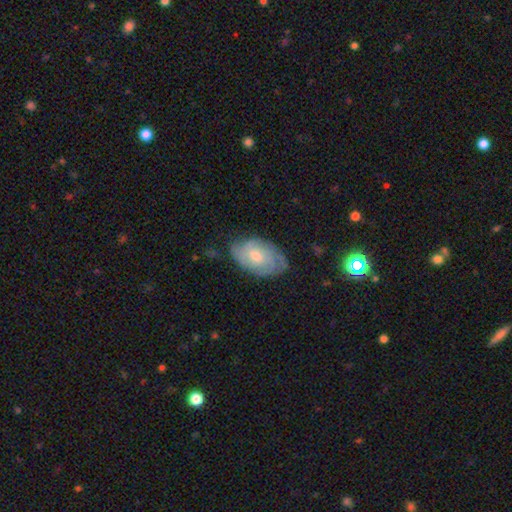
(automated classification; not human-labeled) A featured or disk galaxy (65%) with no bar (69%), tight (63%) spiral arms (85%) and a moderate central bulge (64%). Merging: none (65%).